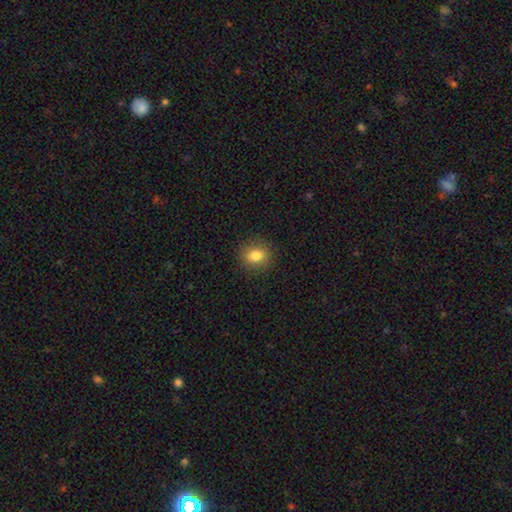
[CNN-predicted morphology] smooth-or-featured: smooth: 83% | star or artifact: 10% | featured or disk: 7%
  how-rounded: round: 69% | in between: 29% | cigar-shaped: 1%
  merging: none: 88% | minor disturbance: 9% | major disturbance: 3% | merger: 1%